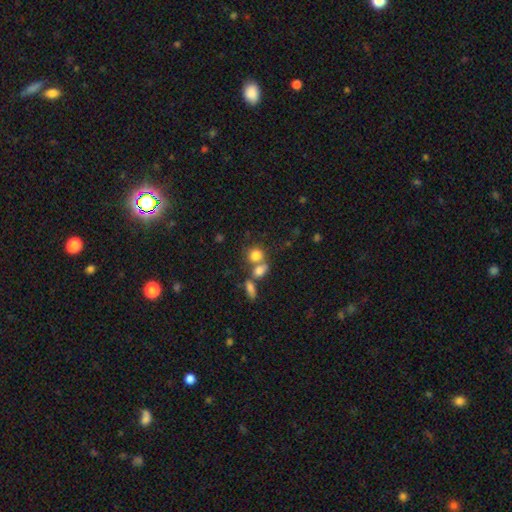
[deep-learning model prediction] smooth 79%, star or artifact 11%, featured or disk 10%. Down the decision tree: how rounded — round (71%); merging — none (43%, tied with merger).